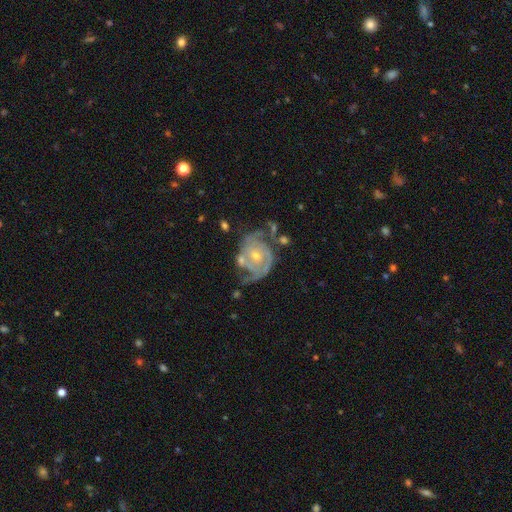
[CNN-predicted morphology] Smooth or featured?
  - featured or disk: 89% *
  - smooth: 5%
  - star or artifact: 5%
Edge-on disk?
  - no: 98% *
  - yes: 2%
Bar?
  - no: 70% *
  - weak: 23%
  - strong: 7%
Spiral arms?
  - yes: 96% *
  - no: 4%
Spiral winding?
  - tight: 57% *
  - medium: 34%
  - loose: 9%
Spiral arm count?
  - 2: 61% *
  - can't tell: 14%
  - 3: 14%
  - 1: 4%
  - 4: 4%
  - more than 4: 3%
Bulge size?
  - small: 54% *
  - moderate: 43%
  - large: 1%
  - none: 1%
  - dominant: 1%
Merging?
  - none: 53% *
  - minor disturbance: 23%
  - major disturbance: 15%
  - merger: 10%